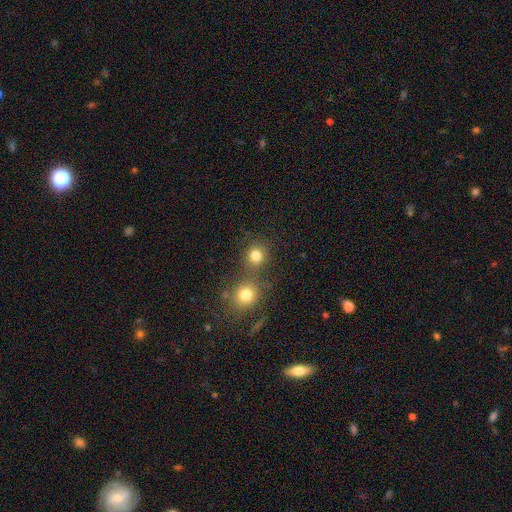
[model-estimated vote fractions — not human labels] Smooth or featured? Predicted: smooth (p=0.79). How rounded? Predicted: round (p=0.84). Merging? Predicted: none (p=0.57).